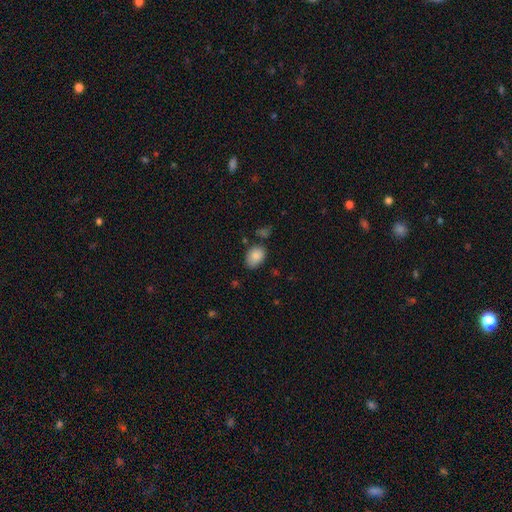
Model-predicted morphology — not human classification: This appears to be a smooth galaxy with no disk features (86%) that is in between round and cigar-shaped (84%). Merging: none (71%).